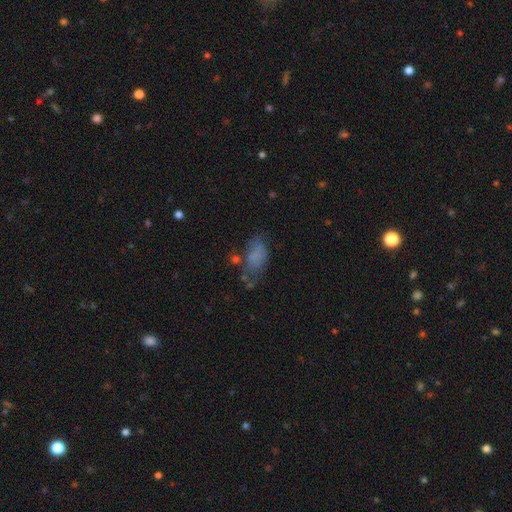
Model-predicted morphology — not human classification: smooth-or-featured: smooth: 61% | featured or disk: 25% | star or artifact: 14%
  how-rounded: in between: 88% | round: 6% | cigar-shaped: 6%
  merging: none: 41% | minor disturbance: 27% | major disturbance: 24% | merger: 8%